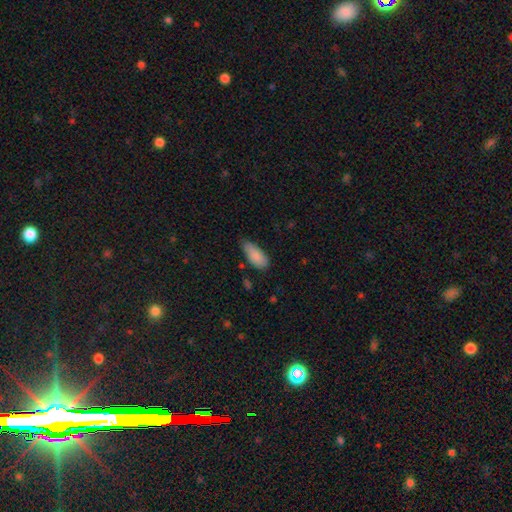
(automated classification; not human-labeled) smooth-or-featured: smooth: 87% | star or artifact: 7% | featured or disk: 6%
  how-rounded: in between: 86% | cigar-shaped: 12% | round: 2%
  merging: none: 59% | minor disturbance: 33% | major disturbance: 5% | merger: 3%